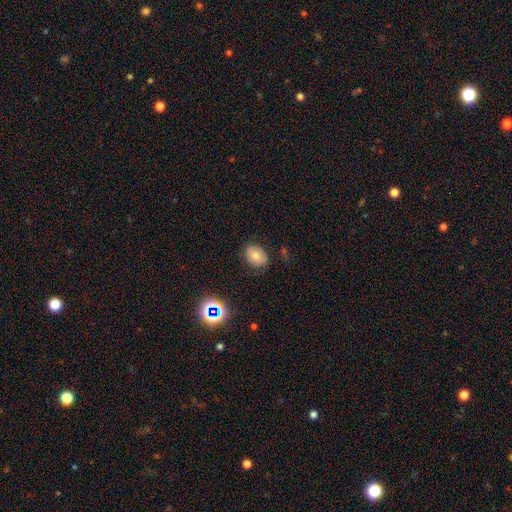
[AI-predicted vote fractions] The model was most divided on "how rounded": in between: 60%, round: 39%, cigar-shaped: 1%. More confident: merging — none (82%); smooth or featured — smooth (70%).